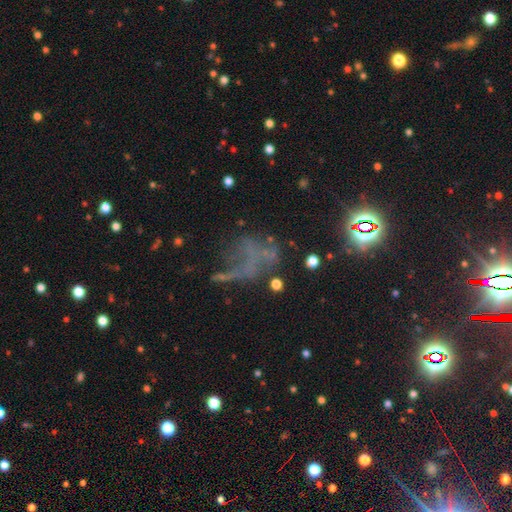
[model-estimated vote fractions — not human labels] The model was most divided on "smooth or featured": featured or disk: 40%, star or artifact: 36%, smooth: 24%. Remaining: merging — major disturbance (41%).